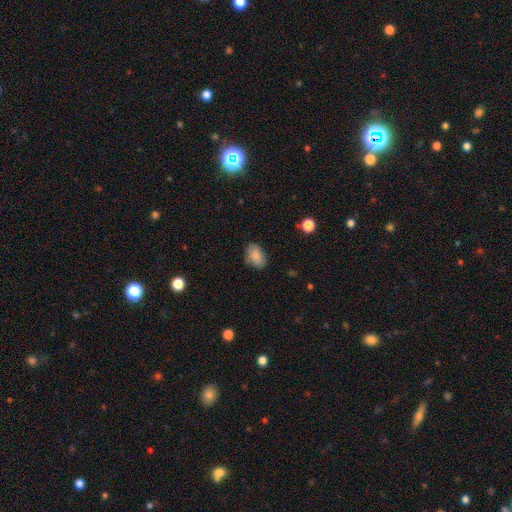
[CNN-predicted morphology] A smooth galaxy with no disk features (82%) that is in between round and cigar-shaped (85%). Merging: none (73%).